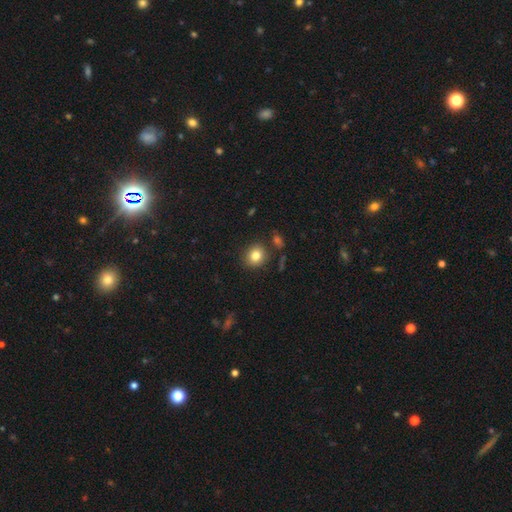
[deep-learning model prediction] Smooth or featured? Predicted: smooth (p=0.81). How rounded? Predicted: round (p=0.82). Merging? Predicted: none (p=0.84).